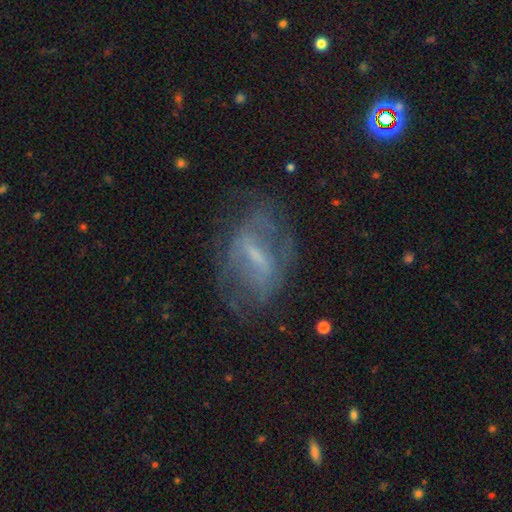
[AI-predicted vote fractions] smooth_or_featured: featured or disk (p=0.69) [alt: smooth p=0.20]
disk_edge_on: no (p=0.91) [alt: yes p=0.09]
bar: weak (p=0.43) [alt: strong p=0.41]
has_spiral_arms: yes (p=0.60) [alt: no p=0.40]
bulge_size: small (p=0.48) [alt: moderate p=0.24]
merging: none (p=0.60) [alt: minor disturbance p=0.20]